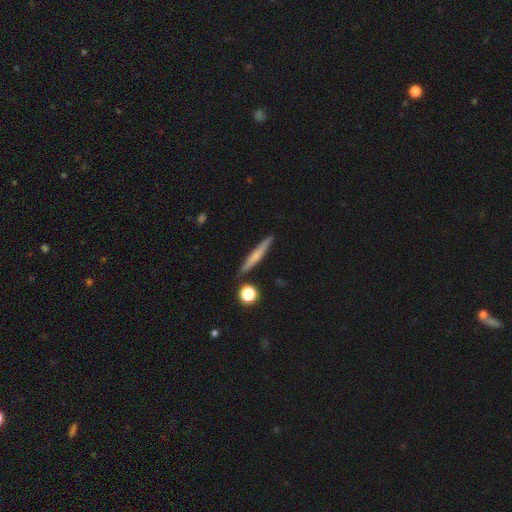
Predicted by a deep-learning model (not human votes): The model was most divided on "smooth or featured": smooth: 58%, featured or disk: 35%, star or artifact: 7%. More confident: how rounded — cigar-shaped (92%); merging — none (86%).